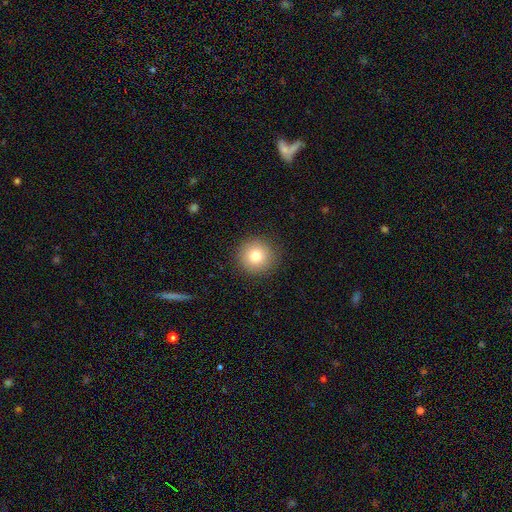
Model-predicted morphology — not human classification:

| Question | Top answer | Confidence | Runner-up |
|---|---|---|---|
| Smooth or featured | smooth | 79% | star or artifact (11%) |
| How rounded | round | 95% | in between (4%) |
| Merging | none | 91% | minor disturbance (6%) |